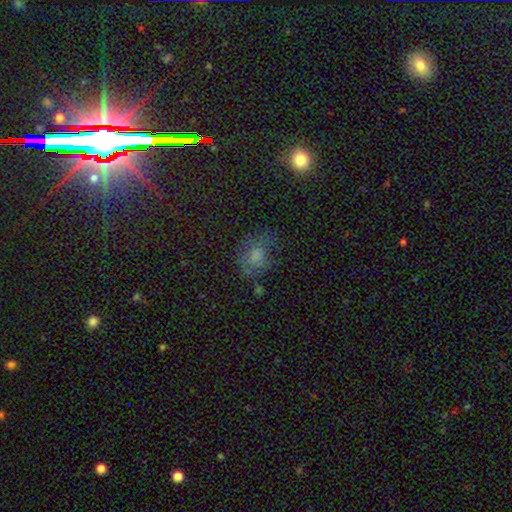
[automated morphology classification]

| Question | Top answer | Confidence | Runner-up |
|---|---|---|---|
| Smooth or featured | smooth | 55% | star or artifact (27%) |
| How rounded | round | 49% | tied: in between (49%) |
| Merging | none | 51% | minor disturbance (26%) |